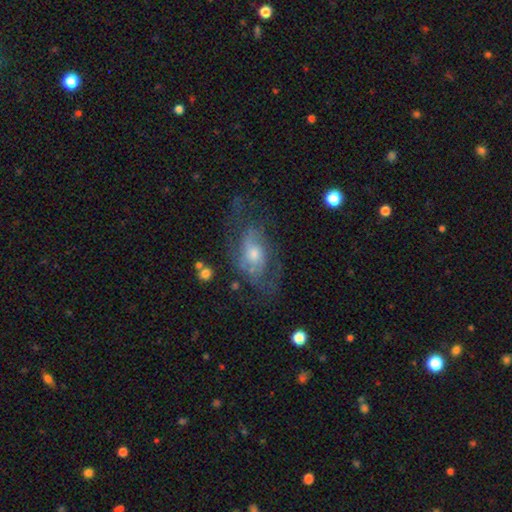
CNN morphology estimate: Q: Smooth or featured?
A: featured or disk (73%); runner-up: smooth (17%)
Q: Edge-on disk?
A: no (94%); runner-up: yes (6%)
Q: Bar?
A: no (68%); runner-up: weak (27%)
Q: Spiral arms?
A: yes (83%); runner-up: no (17%)
Q: Spiral winding?
A: medium (45%); runner-up: tight (32%)
Q: Spiral arm count?
A: 2 (48%); runner-up: can't tell (33%)
Q: Bulge size?
A: moderate (52%); runner-up: small (38%)
Q: Merging?
A: none (60%); runner-up: minor disturbance (20%)